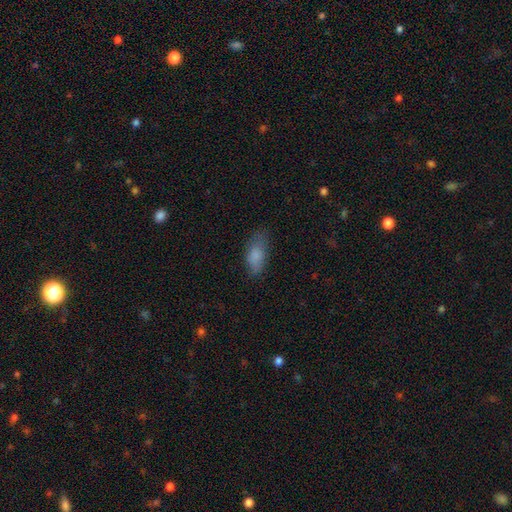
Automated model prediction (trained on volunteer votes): A smooth galaxy with no disk features (83%) that is in between round and cigar-shaped (84%).

Vote fractions:
- Smooth or featured? smooth: 83% / featured or disk: 10% / star or artifact: 8%
- How rounded? in between: 84% / cigar-shaped: 13% / round: 3%
- Merging? none: 69% / minor disturbance: 23% / major disturbance: 7% / merger: 1%